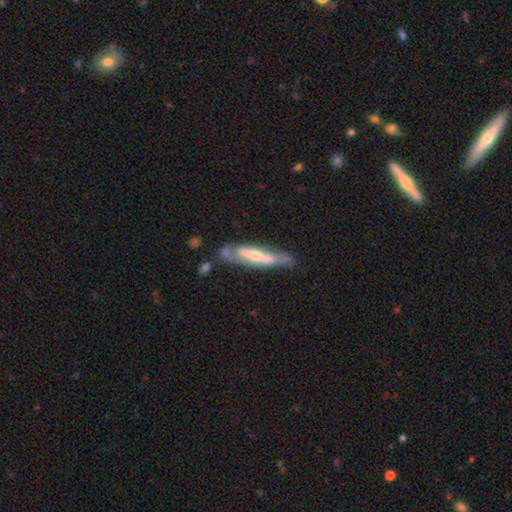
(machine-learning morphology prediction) Q: Smooth or featured?
A: featured or disk (70%); runner-up: smooth (24%)
Q: Edge-on disk?
A: yes (63%); runner-up: no (37%)
Q: Merging?
A: none (66%); runner-up: minor disturbance (21%)